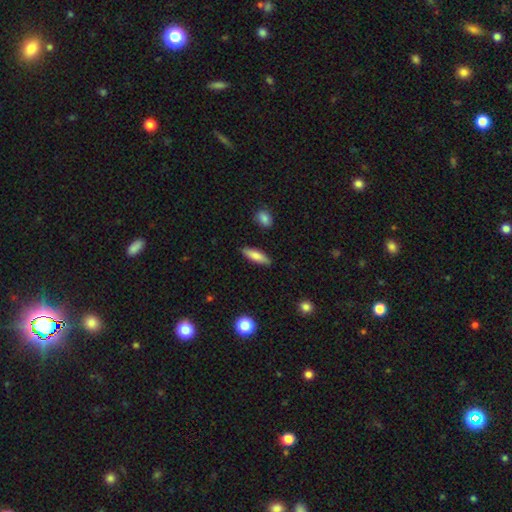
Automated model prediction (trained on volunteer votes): smooth_or_featured: smooth (p=0.79) [alt: featured or disk p=0.15]
how_rounded: cigar-shaped (p=0.56) [alt: in between p=0.41]
merging: none (p=0.88) [alt: minor disturbance p=0.09]